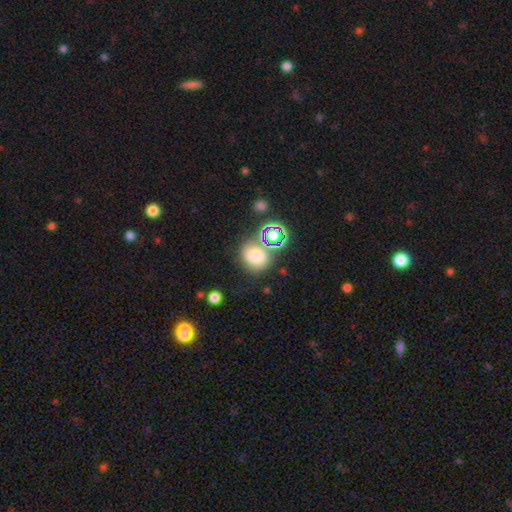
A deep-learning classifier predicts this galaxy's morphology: This appears to be a smooth galaxy with no disk features (68%) that is round (77%). Merging: none (58%).